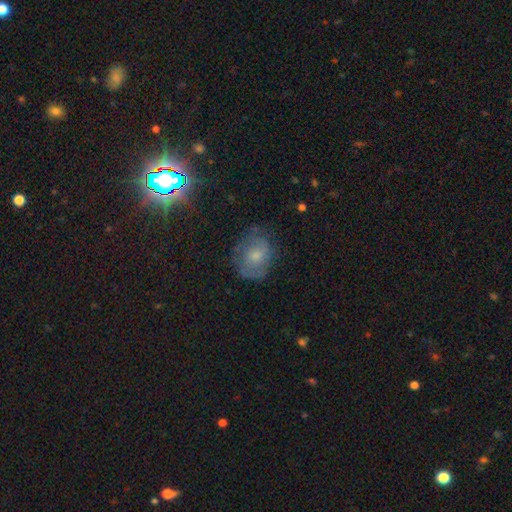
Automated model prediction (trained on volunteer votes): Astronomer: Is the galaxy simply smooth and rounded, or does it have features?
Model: smooth — 50% (runner-up: featured or disk, 37%).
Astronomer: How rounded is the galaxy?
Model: round — 51% (runner-up: in between, 48%).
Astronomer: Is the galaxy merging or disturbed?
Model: none — 64%.